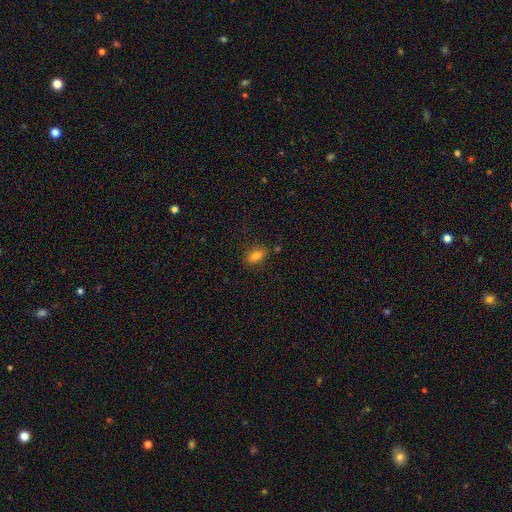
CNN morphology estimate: Smooth or featured? Predicted: smooth (p=0.80). How rounded? Predicted: in between (p=0.84). Merging? Predicted: none (p=0.80).